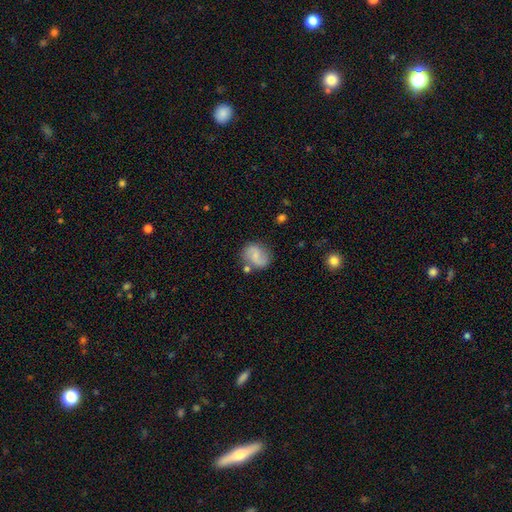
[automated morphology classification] Smooth or featured? featured or disk (50%)
Merging? none (71%)